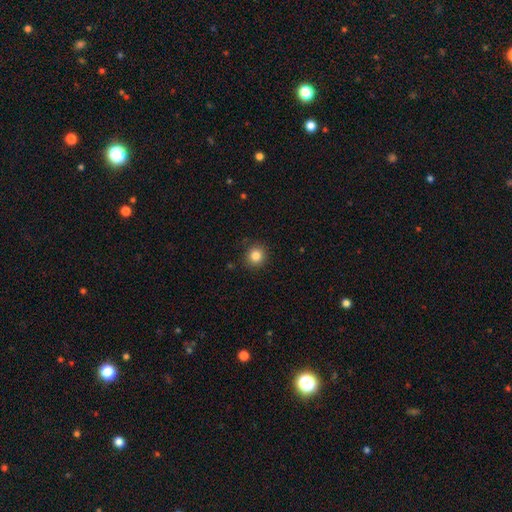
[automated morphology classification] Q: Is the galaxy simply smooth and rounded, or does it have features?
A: smooth — 84%.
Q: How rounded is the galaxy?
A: round — 90%.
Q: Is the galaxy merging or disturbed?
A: none — 89%.